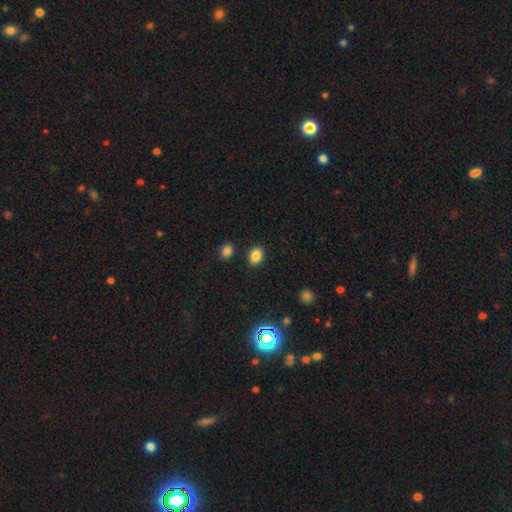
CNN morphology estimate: Smooth or featured? smooth (84%)
How rounded? in between (60%)
Merging? none (84%)